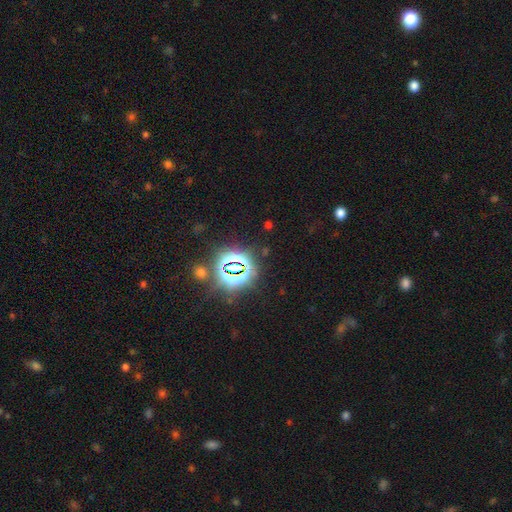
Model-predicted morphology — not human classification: Smooth or featured?
  - star or artifact: 79% *
  - smooth: 13%
  - featured or disk: 8%